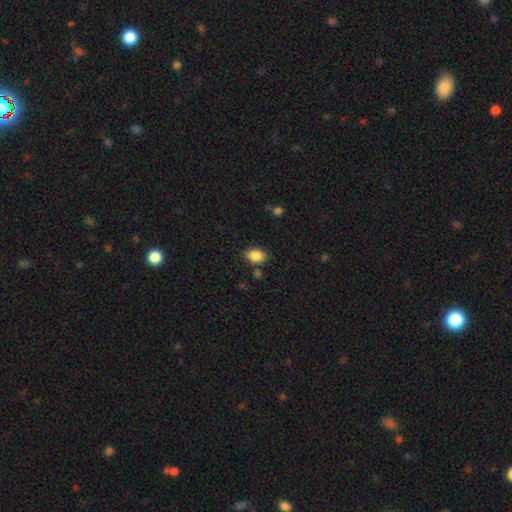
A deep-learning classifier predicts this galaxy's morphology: Overall: smooth (87%). How rounded: in between (77%). Merging: none (82%).